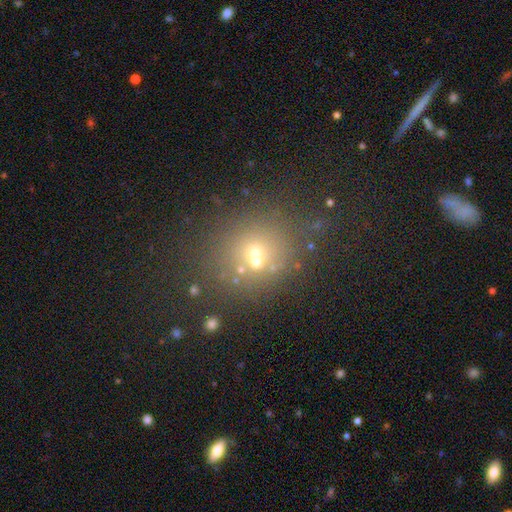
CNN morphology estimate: smooth 51%, star or artifact 28%, featured or disk 21%. Down the decision tree: how rounded — round (77%); merging — none (57%).